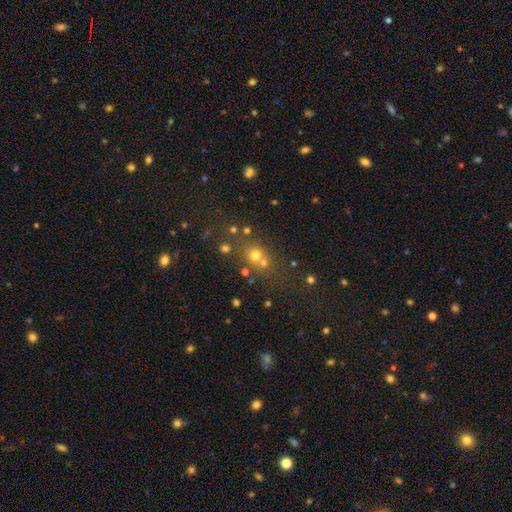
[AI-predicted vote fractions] Smooth or featured? smooth (60%)
How rounded? round (80%)
Merging? none (57%)